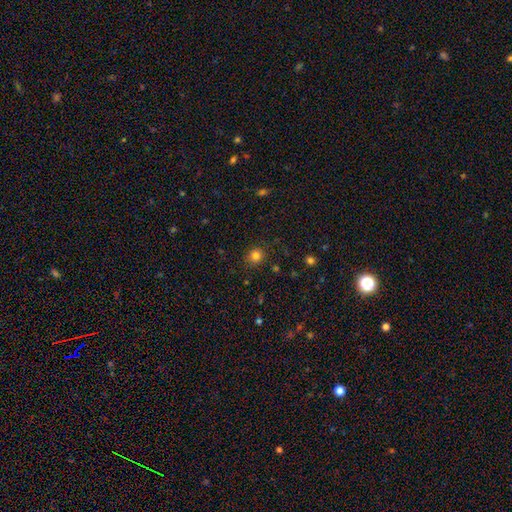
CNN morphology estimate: Smooth or featured: smooth — 81% (star or artifact — 14%)
How rounded: round — 87% (in between — 12%)
Merging: none — 87% (minor disturbance — 9%)